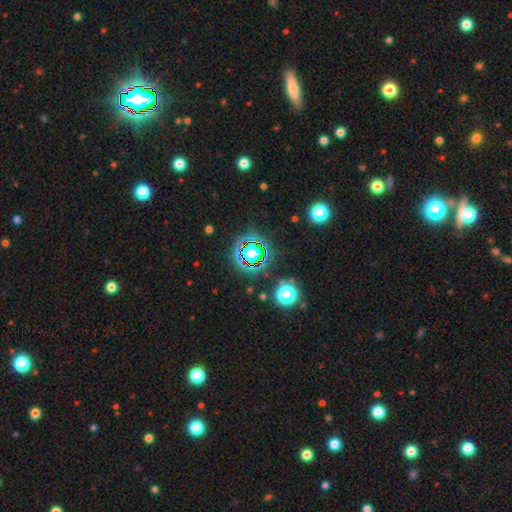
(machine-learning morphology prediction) Smooth or featured: star or artifact — 78% (smooth — 14%)